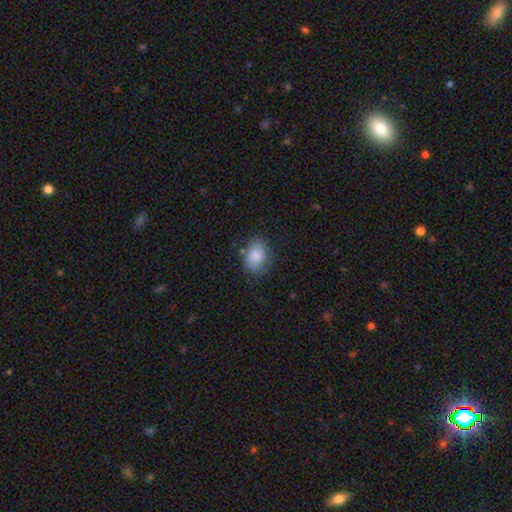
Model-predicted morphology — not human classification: smooth_or_featured: smooth (p=0.83) [alt: featured or disk p=0.10]
how_rounded: in between (p=0.76) [alt: round p=0.23]
merging: none (p=0.72) [alt: minor disturbance p=0.20]